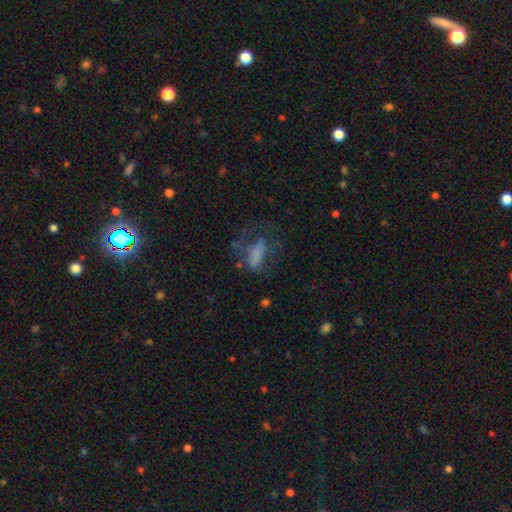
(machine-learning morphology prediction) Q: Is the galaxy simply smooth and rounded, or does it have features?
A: smooth — 51%.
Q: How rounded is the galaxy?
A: in between — 66%.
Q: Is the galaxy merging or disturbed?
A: major disturbance — 40%.